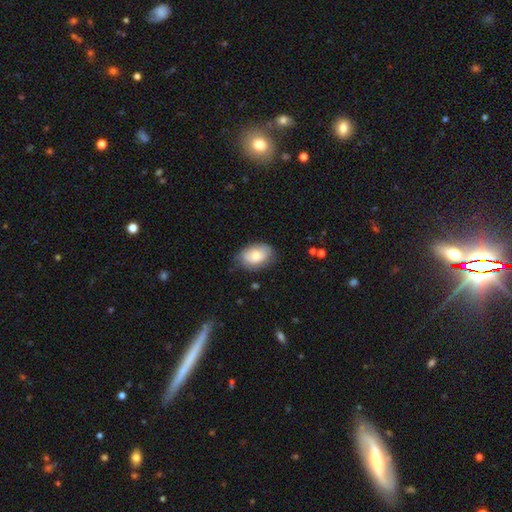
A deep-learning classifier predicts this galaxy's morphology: Smooth or featured? smooth (73%)
How rounded? in between (87%)
Merging? none (73%)